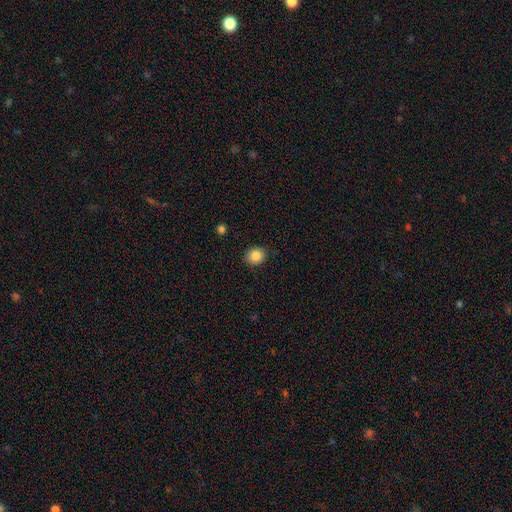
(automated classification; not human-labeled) A smooth galaxy with no disk features (86%) that is round (66%).

Vote fractions:
- Smooth or featured? smooth: 86% / star or artifact: 9% / featured or disk: 5%
- How rounded? round: 66% / in between: 33% / cigar-shaped: 1%
- Merging? none: 87% / minor disturbance: 10% / major disturbance: 2% / merger: 1%